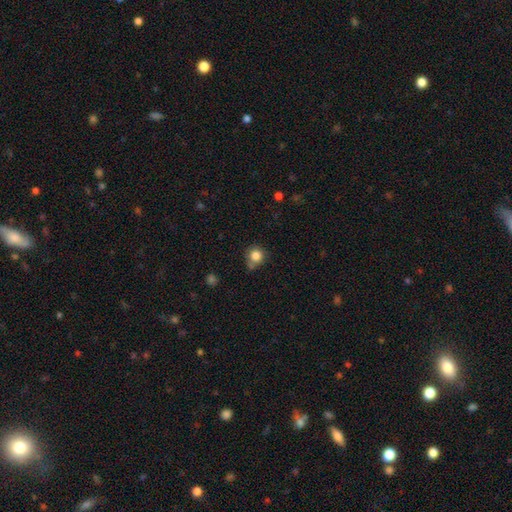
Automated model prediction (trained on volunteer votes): Overall: smooth (83%). How rounded: round (88%). Merging: none (62%; minor disturbance 23%).